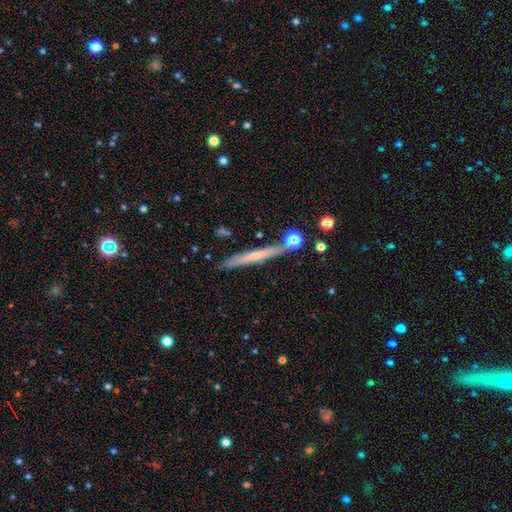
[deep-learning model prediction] Smooth or featured? Predicted: featured or disk (p=0.52). Edge-on disk? Predicted: yes (p=0.94). Merging? Predicted: none (p=0.83).